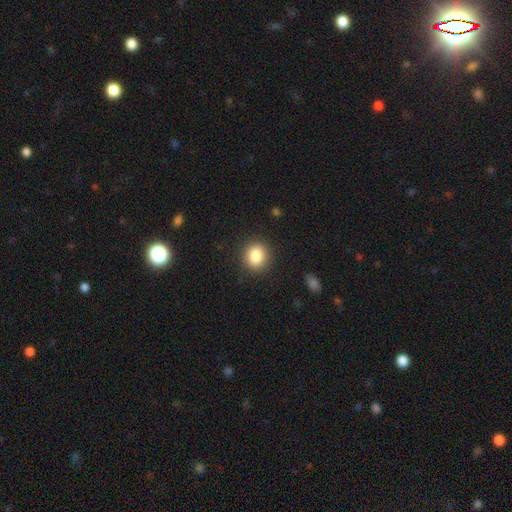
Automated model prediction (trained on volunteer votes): Q: Smooth or featured?
A: smooth (84%); runner-up: star or artifact (10%)
Q: How rounded?
A: round (80%); runner-up: in between (19%)
Q: Merging?
A: none (89%); runner-up: minor disturbance (7%)